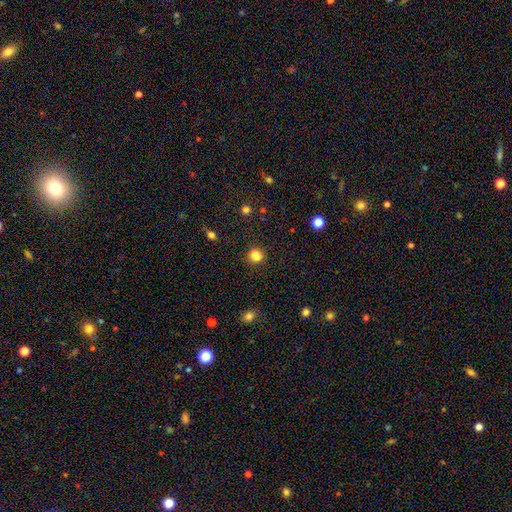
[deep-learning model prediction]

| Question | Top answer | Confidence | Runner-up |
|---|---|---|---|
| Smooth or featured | smooth | 81% | star or artifact (14%) |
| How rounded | round | 81% | in between (18%) |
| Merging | none | 73% | minor disturbance (12%) |